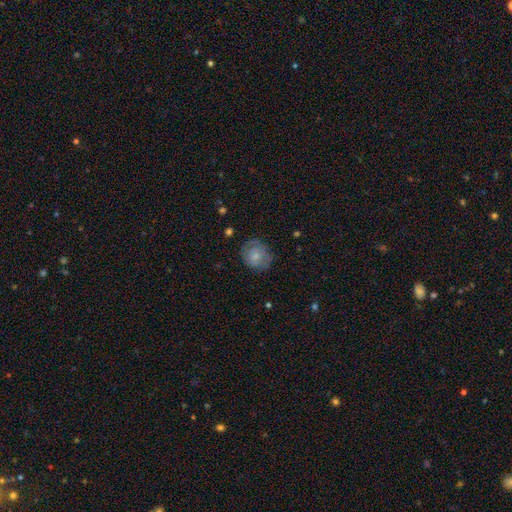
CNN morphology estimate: Smooth or featured: smooth — 66% (featured or disk — 26%)
How rounded: round — 77% (in between — 23%)
Merging: none — 69% (minor disturbance — 21%)